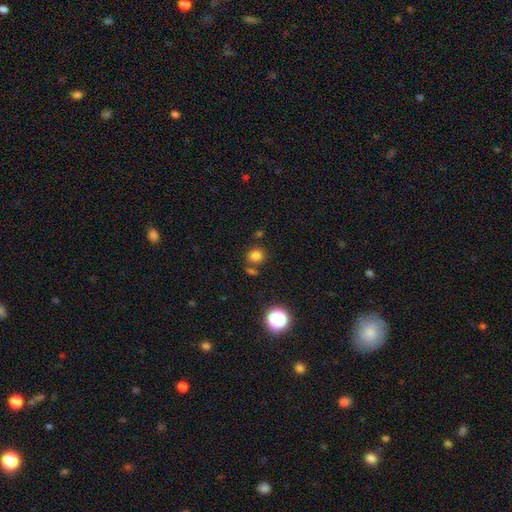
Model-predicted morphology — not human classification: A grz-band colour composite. It shows a smooth galaxy with no disk features (78%) that is round (83%). Merging: none (73%).